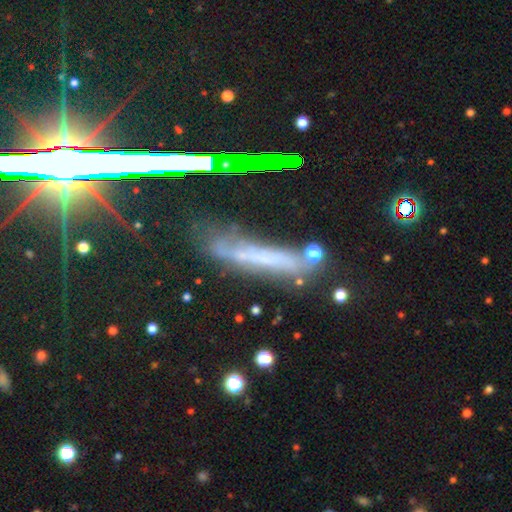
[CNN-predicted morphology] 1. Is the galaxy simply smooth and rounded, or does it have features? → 39% featured or disk, 37% smooth, 24% star or artifact.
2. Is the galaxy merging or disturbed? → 64% none, 22% minor disturbance, 9% major disturbance, 5% merger.